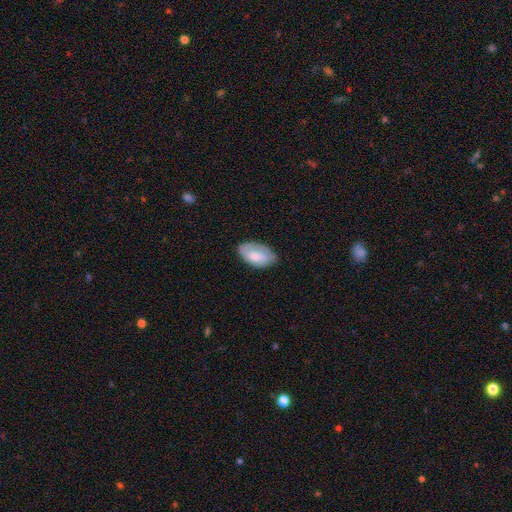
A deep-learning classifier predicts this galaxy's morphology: Q: Smooth or featured?
A: smooth (63%); runner-up: featured or disk (31%)
Q: How rounded?
A: in between (94%); runner-up: round (4%)
Q: Merging?
A: none (69%); runner-up: minor disturbance (24%)